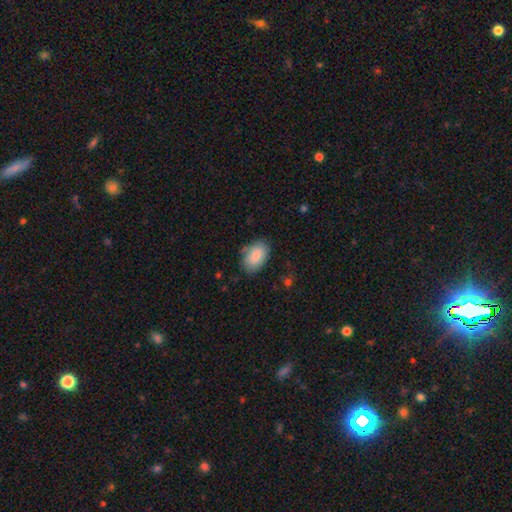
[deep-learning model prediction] smooth 86%, featured or disk 8%, star or artifact 6%. Down the decision tree: how rounded — in between (90%); merging — none (76%).